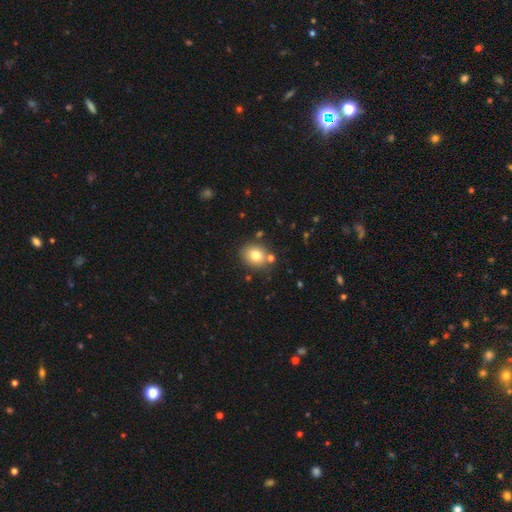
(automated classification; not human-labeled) Q: Smooth or featured?
A: smooth (77%); runner-up: star or artifact (12%)
Q: How rounded?
A: round (69%); runner-up: in between (30%)
Q: Merging?
A: none (79%); runner-up: minor disturbance (10%)